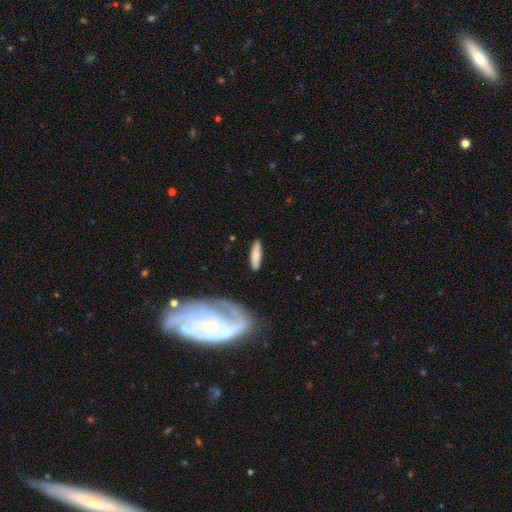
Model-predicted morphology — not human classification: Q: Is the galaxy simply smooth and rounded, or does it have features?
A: smooth — 72%.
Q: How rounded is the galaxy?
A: cigar-shaped — 67%.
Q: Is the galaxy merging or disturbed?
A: none — 85%.